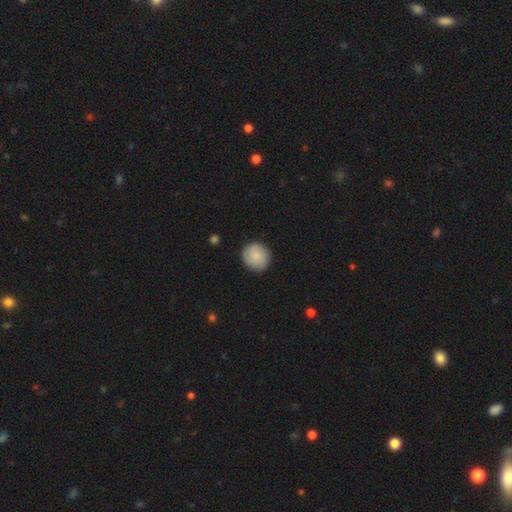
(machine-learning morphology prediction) This appears to be a smooth galaxy with no disk features (84%) that is round (84%). Merging: none (87%).